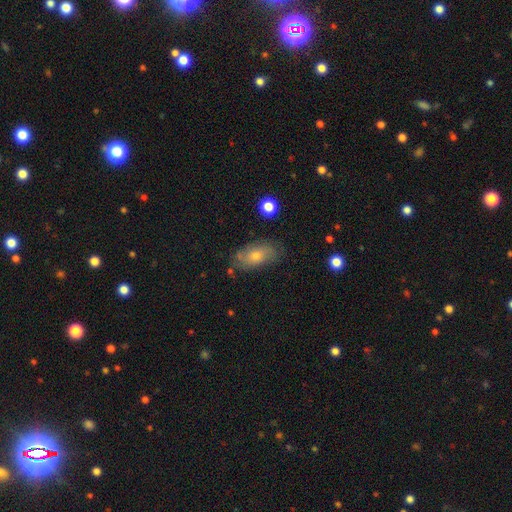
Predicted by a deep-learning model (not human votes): This appears to be a smooth galaxy with no disk features (57%) that is in between round and cigar-shaped (87%). Merging: none (74%).